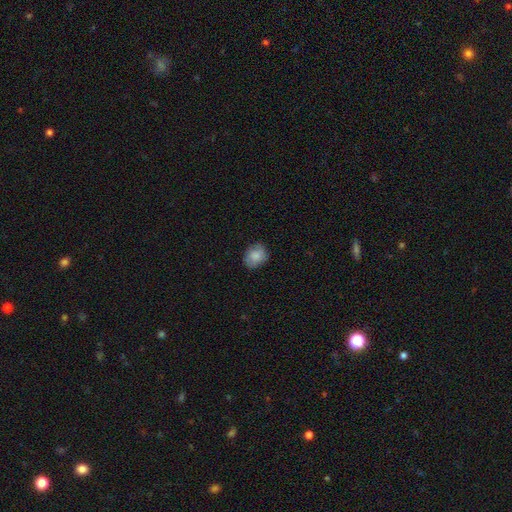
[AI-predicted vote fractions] Q: Smooth or featured?
A: smooth (82%); runner-up: featured or disk (11%)
Q: How rounded?
A: in between (56%); runner-up: round (43%)
Q: Merging?
A: none (80%); runner-up: minor disturbance (16%)